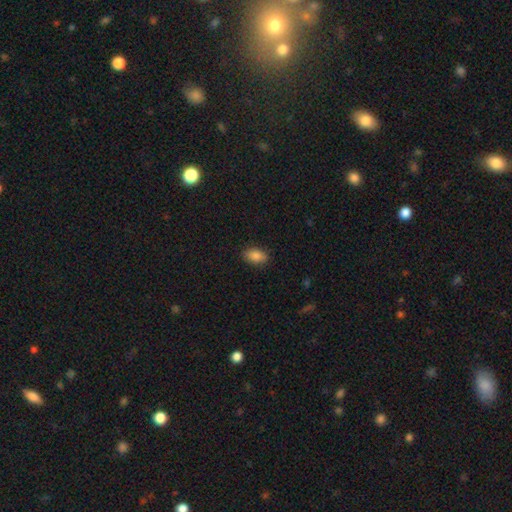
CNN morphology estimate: Overall: smooth (85%). How rounded: in between (88%). Merging: none (85%).